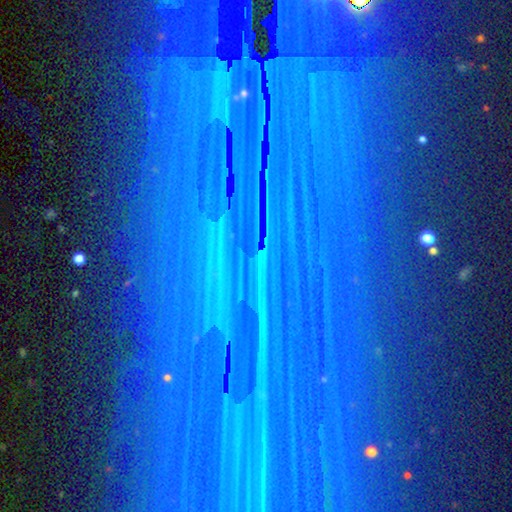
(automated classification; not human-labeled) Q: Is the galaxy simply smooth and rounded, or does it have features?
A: star or artifact — 82%.